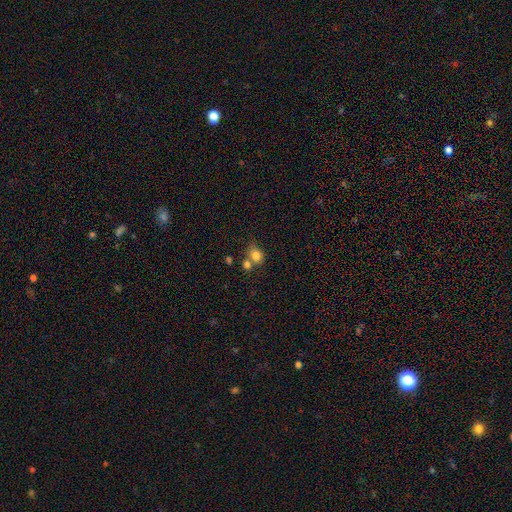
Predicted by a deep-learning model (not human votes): The model was most divided on "merging": none: 47%, merger: 33%, minor disturbance: 14%, major disturbance: 6%. More confident: smooth or featured — smooth (80%); how rounded — round (60%).